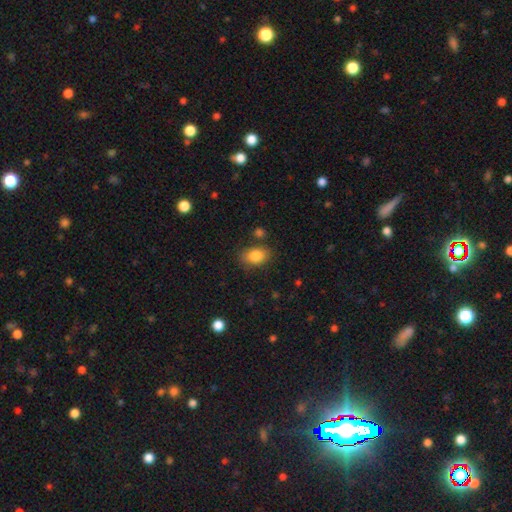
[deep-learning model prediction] Smooth or featured?
  - smooth: 84% *
  - star or artifact: 9%
  - featured or disk: 7%
How rounded?
  - in between: 74% *
  - round: 25%
  - cigar-shaped: 1%
Merging?
  - none: 77% *
  - minor disturbance: 15%
  - major disturbance: 4%
  - merger: 4%